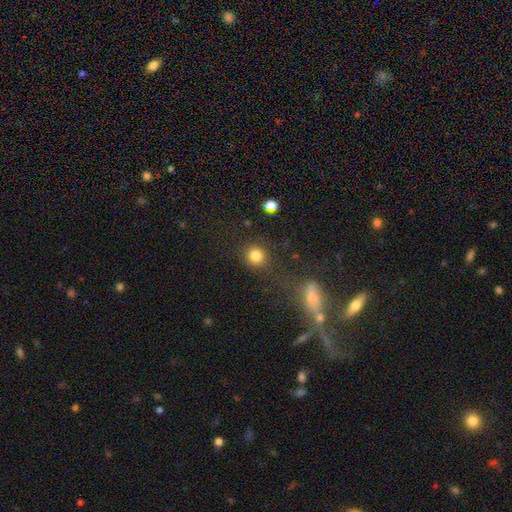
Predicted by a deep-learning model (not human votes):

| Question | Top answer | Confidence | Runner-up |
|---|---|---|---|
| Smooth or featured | smooth | 83% | star or artifact (12%) |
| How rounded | round | 88% | in between (11%) |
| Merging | none | 82% | minor disturbance (9%) |